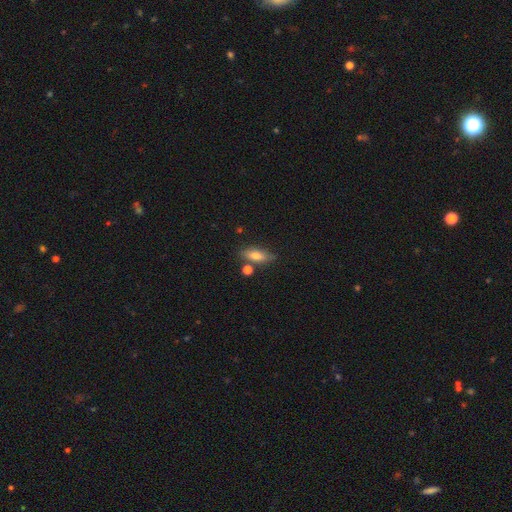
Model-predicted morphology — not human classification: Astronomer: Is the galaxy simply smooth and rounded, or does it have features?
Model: smooth — 68%.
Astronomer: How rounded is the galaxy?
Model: in between — 63%.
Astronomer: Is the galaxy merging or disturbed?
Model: none — 73%.